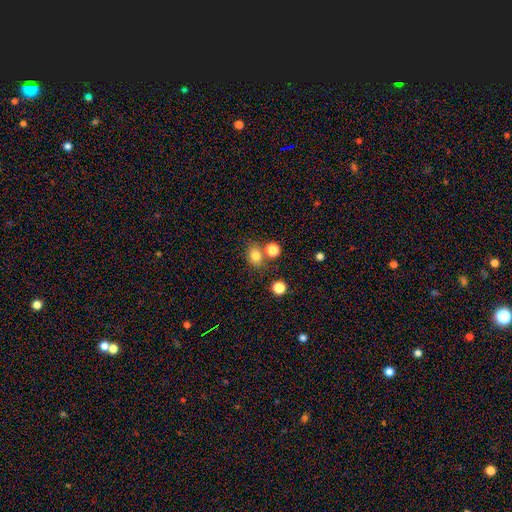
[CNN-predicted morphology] A smooth galaxy with no disk features (79%) that is round (54%). Merging: none (66%).